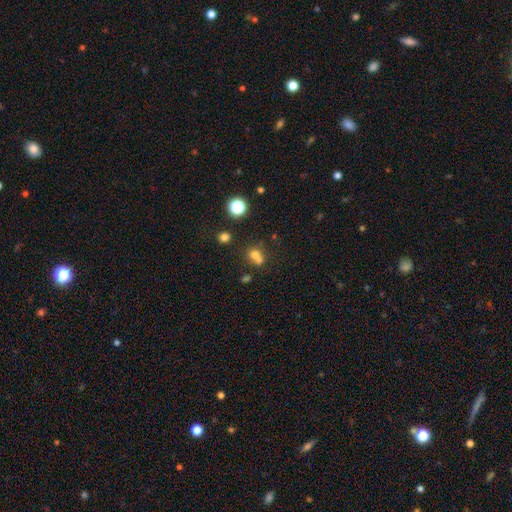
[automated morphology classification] This is likely a smooth galaxy (66%). How rounded: likely round (73%). Merging: possibly merger (52%).